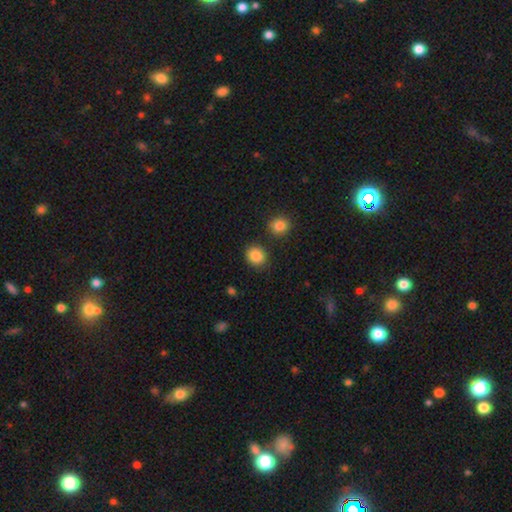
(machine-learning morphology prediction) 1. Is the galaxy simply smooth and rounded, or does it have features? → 87% smooth, 9% star or artifact, 4% featured or disk.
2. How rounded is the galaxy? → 77% round, 22% in between, 1% cigar-shaped.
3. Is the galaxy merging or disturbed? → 85% none, 8% minor disturbance, 4% merger, 3% major disturbance.